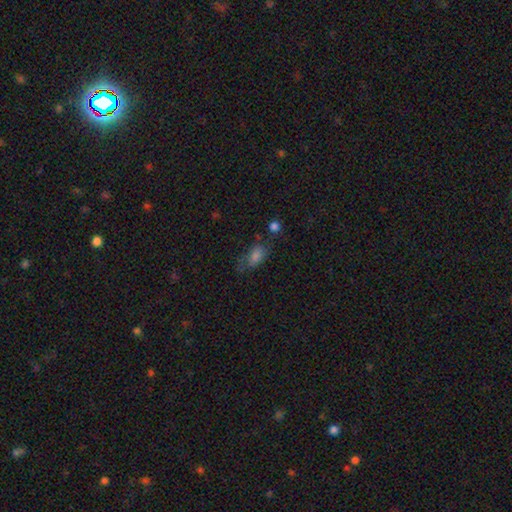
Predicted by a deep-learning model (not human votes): smooth_or_featured: smooth (p=0.67) [alt: star or artifact p=0.17]
how_rounded: in between (p=0.82) [alt: round p=0.10]
merging: none (p=0.51) [alt: minor disturbance p=0.26]